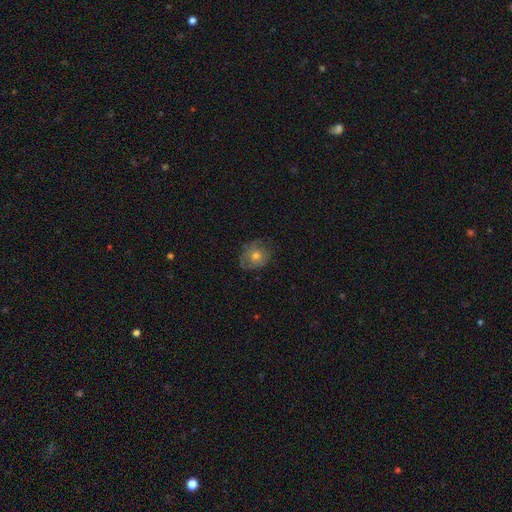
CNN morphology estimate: Q: Smooth or featured?
A: smooth (60%); runner-up: featured or disk (30%)
Q: How rounded?
A: round (69%); runner-up: in between (30%)
Q: Merging?
A: none (66%); runner-up: minor disturbance (23%)